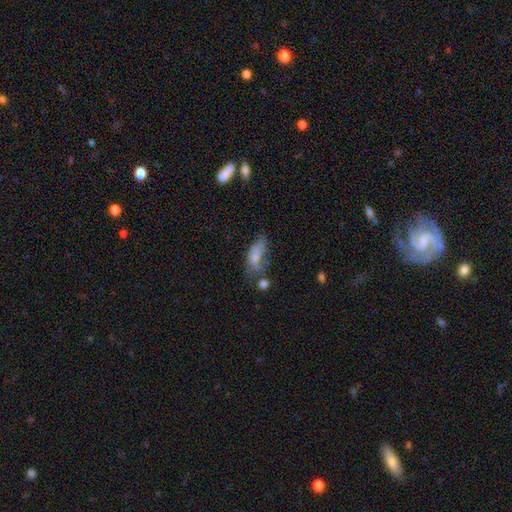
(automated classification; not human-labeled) smooth-or-featured: smooth: 63% | featured or disk: 28% | star or artifact: 10%
  how-rounded: in between: 83% | cigar-shaped: 12% | round: 4%
  merging: none: 29% | minor disturbance: 28% | major disturbance: 27% | merger: 17%